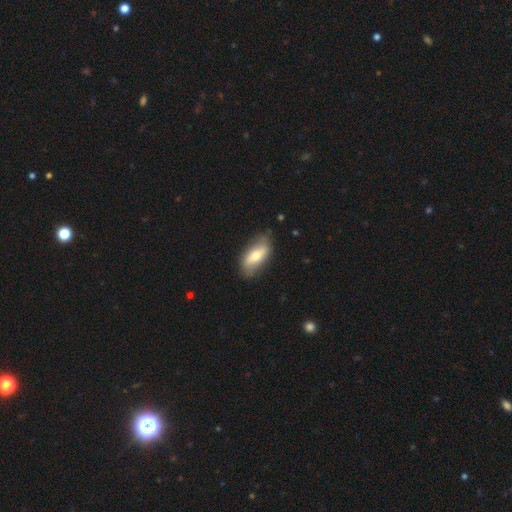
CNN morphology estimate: This appears to be a smooth galaxy with no disk features (54%) that is in between round and cigar-shaped (83%). Merging: none (76%).